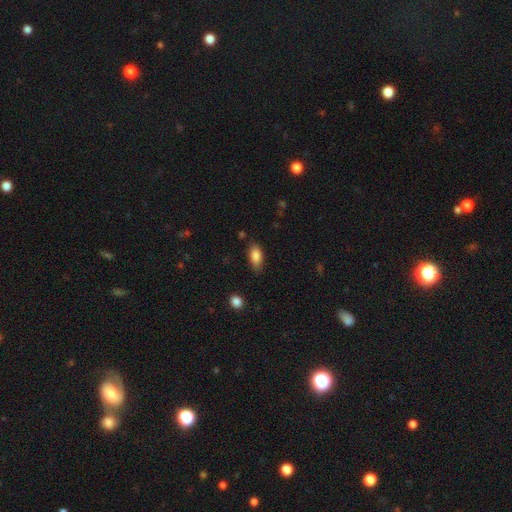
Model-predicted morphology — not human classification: Q: Smooth or featured?
A: smooth (86%); runner-up: star or artifact (7%)
Q: How rounded?
A: in between (89%); runner-up: cigar-shaped (7%)
Q: Merging?
A: none (76%); runner-up: minor disturbance (18%)